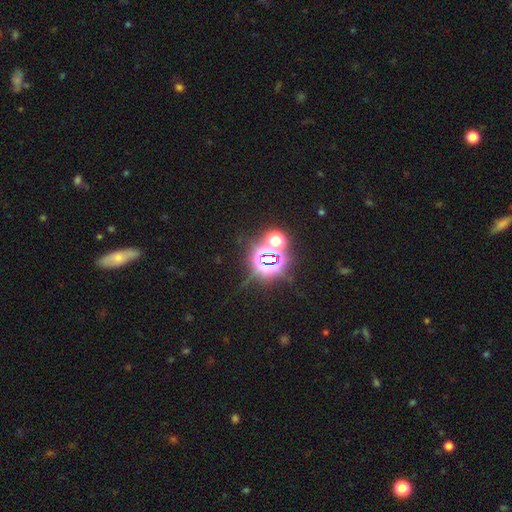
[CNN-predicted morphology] A star or artifact, not a galaxy (77%).